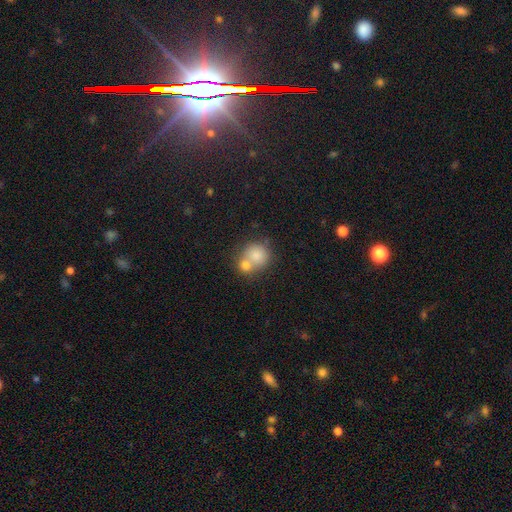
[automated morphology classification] Q: Smooth or featured?
A: smooth (79%); runner-up: featured or disk (12%)
Q: How rounded?
A: round (82%); runner-up: in between (17%)
Q: Merging?
A: merger (52%); runner-up: none (36%)